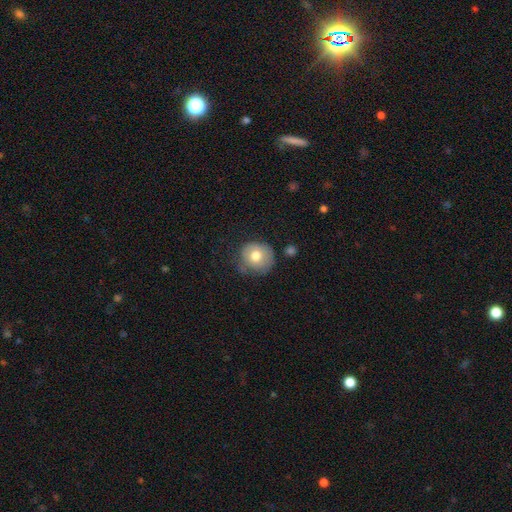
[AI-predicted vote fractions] This appears to be a smooth galaxy with no disk features (73%) that is round (88%). Merging: none (63%).